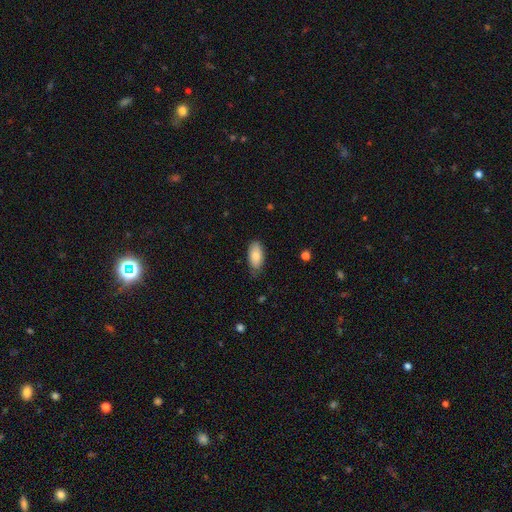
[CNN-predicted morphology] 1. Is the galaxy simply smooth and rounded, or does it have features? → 85% smooth, 8% featured or disk, 6% star or artifact.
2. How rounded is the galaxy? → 92% in between, 6% cigar-shaped, 2% round.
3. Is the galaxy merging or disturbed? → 75% none, 20% minor disturbance, 3% major disturbance, 1% merger.